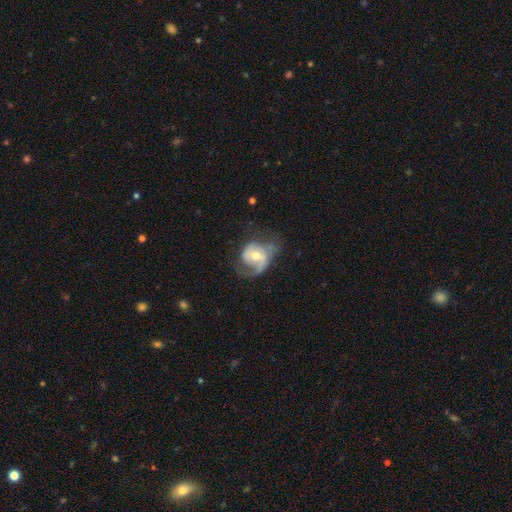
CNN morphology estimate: A featured or disk galaxy (68%) with no bar (57%), 2 (52%) medium (42%) spiral arms (80%) and a moderate central bulge (69%). Merging: none (42%).